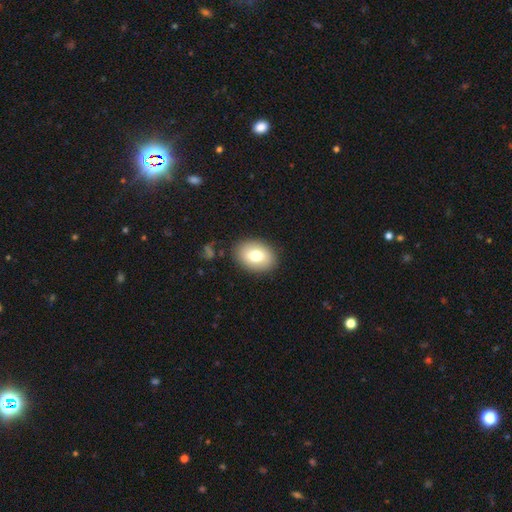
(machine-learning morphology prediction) smooth-or-featured: smooth: 75% | featured or disk: 17% | star or artifact: 8%
  how-rounded: in between: 78% | round: 21% | cigar-shaped: 1%
  merging: none: 87% | minor disturbance: 9% | major disturbance: 3% | merger: 2%